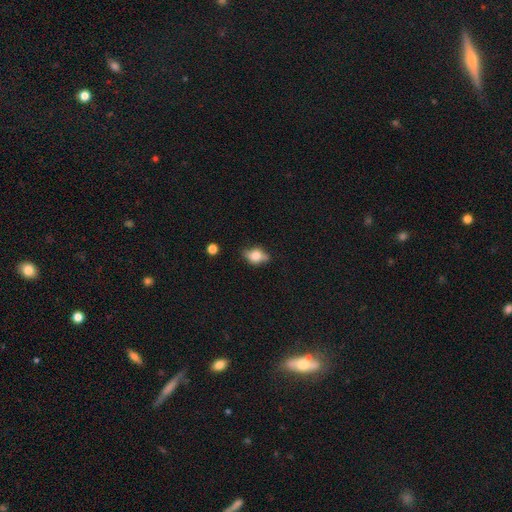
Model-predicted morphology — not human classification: smooth 57%, featured or disk 34%, star or artifact 10%. Down the decision tree: how rounded — in between (71%); merging — none (69%).